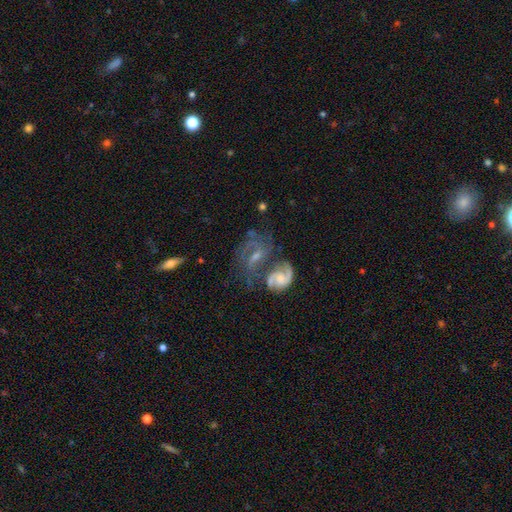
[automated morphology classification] The model was most divided on "merging": merger: 38%, none: 33%, major disturbance: 15%, minor disturbance: 14%. Remaining: edge-on disk — no (96%); spiral arms — yes (89%); smooth or featured — featured or disk (78%); spiral arm count — 2 (61%); spiral winding — medium (49%); bar — weak (47%); bulge size — small (45%).